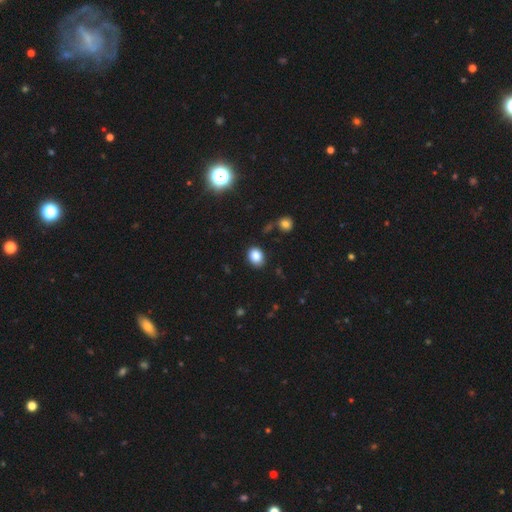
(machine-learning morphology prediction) This appears to be a smooth galaxy with no disk features (85%) that is in between round and cigar-shaped (56%). Merging: none (86%).